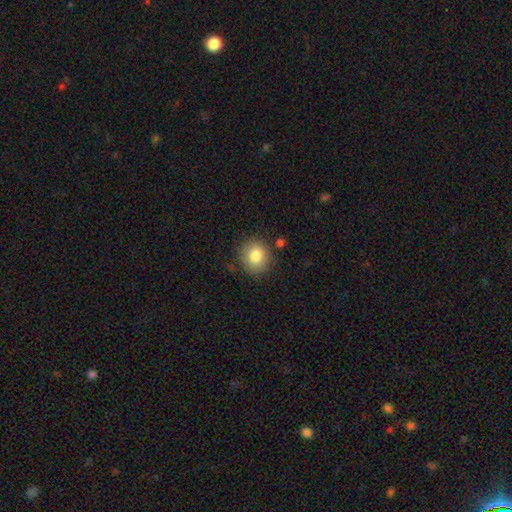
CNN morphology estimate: smooth 83%, star or artifact 9%, featured or disk 8%. Down the decision tree: how rounded — round (83%); merging — none (83%).